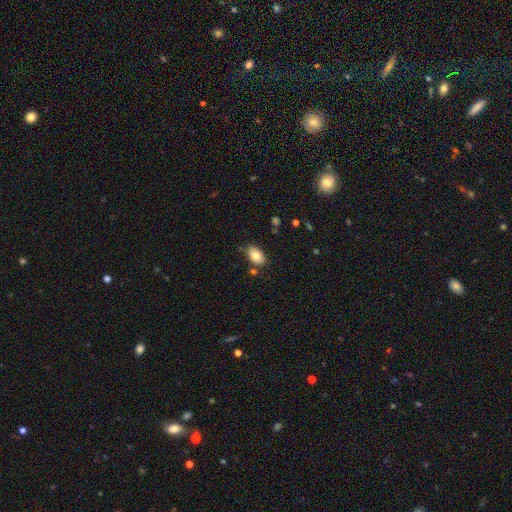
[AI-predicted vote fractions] Morphology: type=smooth (83%); roundness=in between (92%); merging=none (78%).